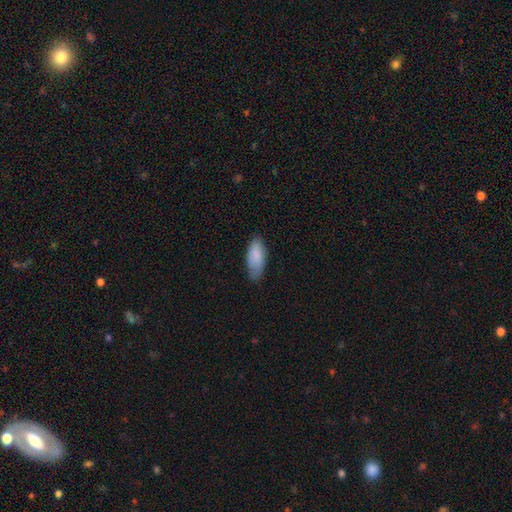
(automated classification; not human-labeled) Smooth or featured? Predicted: smooth (p=0.86). How rounded? Predicted: in between (p=0.83). Merging? Predicted: none (p=0.73).